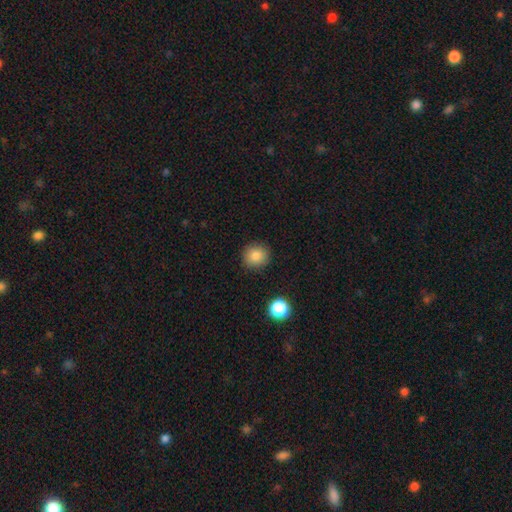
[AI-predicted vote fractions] Overall: smooth (83%). How rounded: round (91%). Merging: none (90%).